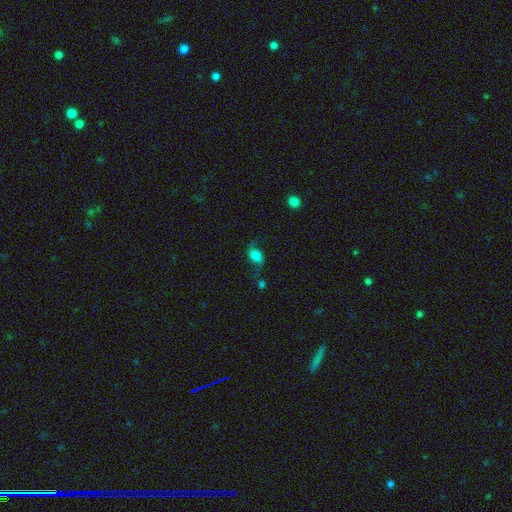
Smooth or featured: featured or disk — 52% (smooth — 38%)
Edge-on disk: no — 95% (yes — 5%)
Bar: no — 90% (weak — 10%)
Spiral arms: yes — 90% (no — 10%)
Spiral winding: loose — 94% (medium — 6%)
Spiral arm count: 2 — 94% (can't tell — 6%)
Bulge size: large — 35% (moderate — 30%)
Merging: none — 61% (minor disturbance — 19%)